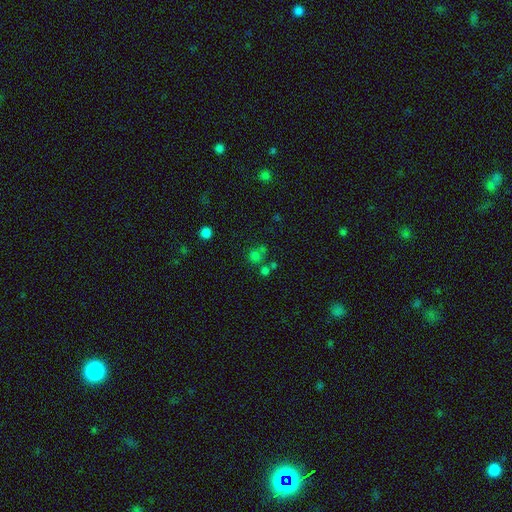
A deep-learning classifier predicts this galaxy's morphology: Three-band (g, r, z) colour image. It shows a smooth galaxy with no disk features (63%) that is round (85%). Merging: none (57%).